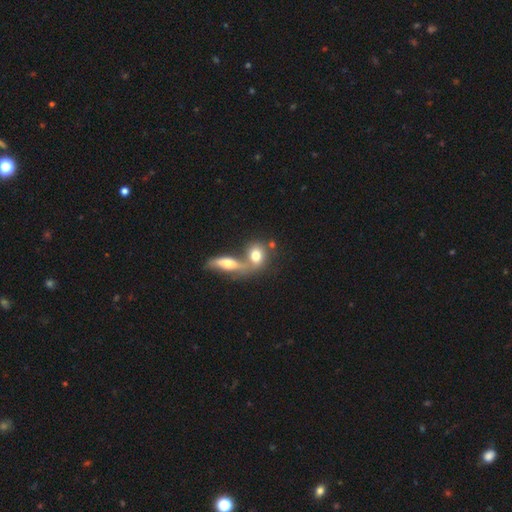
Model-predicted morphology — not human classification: The model was most divided on "how rounded": in between: 59%, round: 34%, cigar-shaped: 7%. More confident: smooth or featured — smooth (67%); merging — merger (58%).